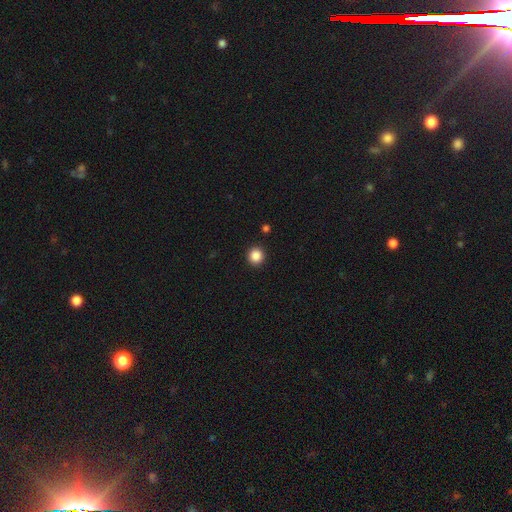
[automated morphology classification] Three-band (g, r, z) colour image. It shows a smooth galaxy with no disk features (87%) that is round (93%). Merging: none (92%).